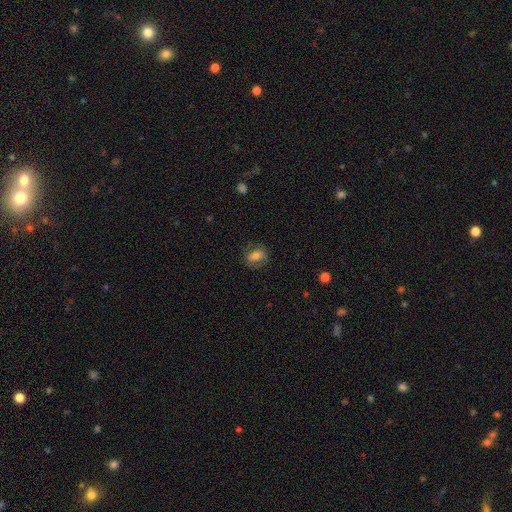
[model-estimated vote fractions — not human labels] Morphology: type=smooth (69%); roundness=in between (74%); merging=none (74%).